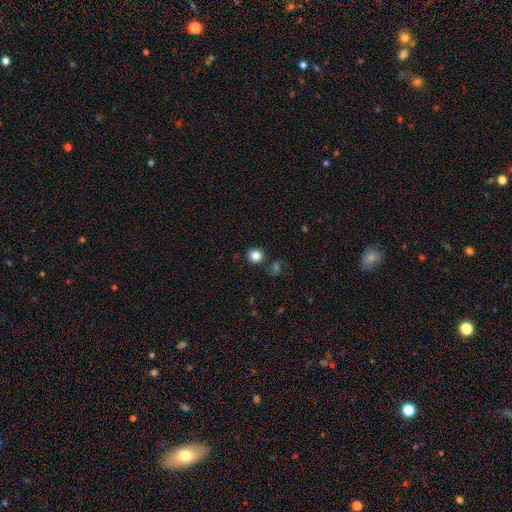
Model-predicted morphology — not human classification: Q: Smooth or featured?
A: smooth (83%); runner-up: star or artifact (12%)
Q: How rounded?
A: round (90%); runner-up: in between (9%)
Q: Merging?
A: none (83%); runner-up: minor disturbance (9%)